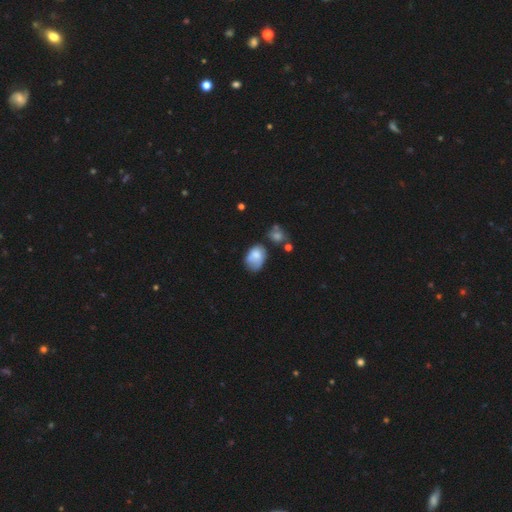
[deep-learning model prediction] Q: Smooth or featured?
A: smooth (73%); runner-up: featured or disk (18%)
Q: How rounded?
A: in between (76%); runner-up: round (23%)
Q: Merging?
A: none (35%); runner-up: minor disturbance (34%)